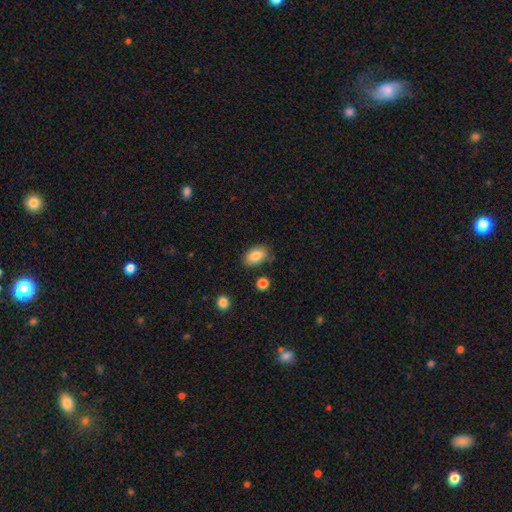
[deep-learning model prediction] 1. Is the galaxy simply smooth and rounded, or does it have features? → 83% smooth, 9% featured or disk, 7% star or artifact.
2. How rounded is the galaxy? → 92% in between, 7% round, 2% cigar-shaped.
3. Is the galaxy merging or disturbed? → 74% none, 19% minor disturbance, 4% major disturbance, 3% merger.